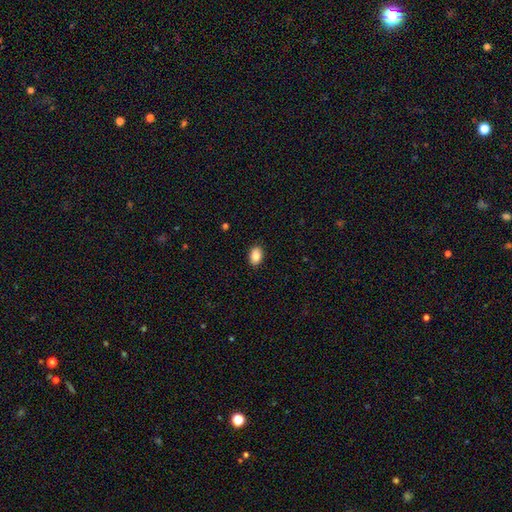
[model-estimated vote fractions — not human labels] This appears to be a smooth galaxy with no disk features (88%) that is in between round and cigar-shaped (84%). Merging: none (89%).